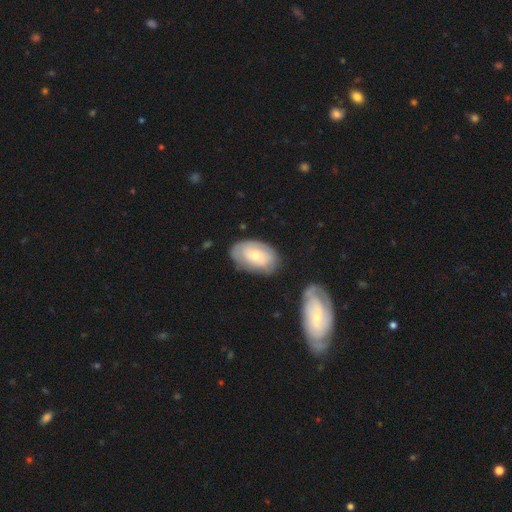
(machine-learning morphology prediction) Overall: smooth (51%; featured or disk 42%). How rounded: in between (90%). Merging: none (71%).